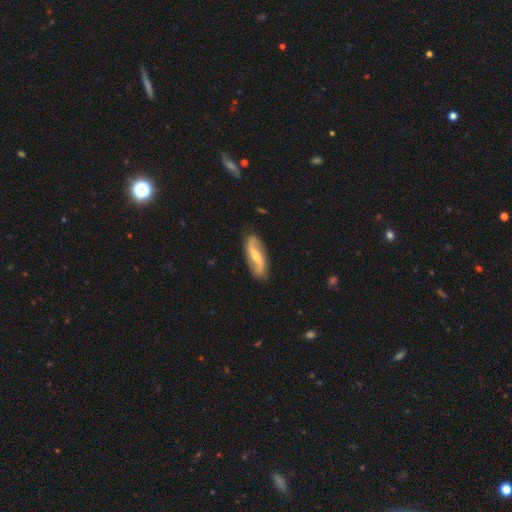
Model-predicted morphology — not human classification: A featured or disk galaxy (83%) with a weak bar (41%), 2 (93%) loose (68%) spiral arms (95%) and a small central bulge (51%).

Vote fractions:
- Smooth or featured? featured or disk: 83% / smooth: 12% / star or artifact: 4%
- Edge-on disk? no: 94% / yes: 6%
- Bar? weak: 41% / strong: 34% / no: 25%
- Spiral arms? yes: 95% / no: 5%
- Spiral winding? loose: 68% / medium: 24% / tight: 9%
- Spiral arm count? 2: 93% / can't tell: 2% / 1: 2% / 3: 1% / 4: 1% / more than 4: 1%
- Bulge size? small: 51% / moderate: 41% / none: 5% / large: 3% / dominant: 1%
- Merging? none: 86% / minor disturbance: 10% / major disturbance: 3% / merger: 1%